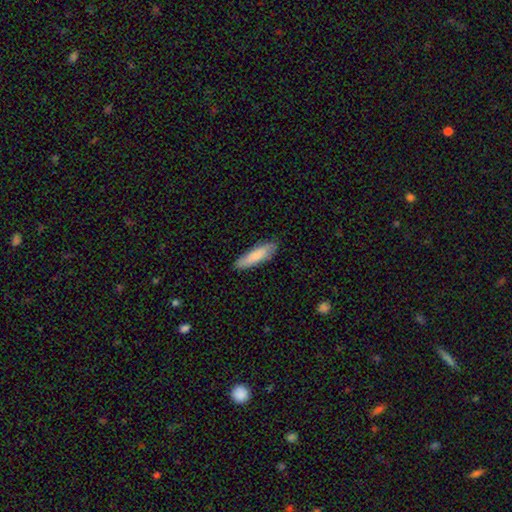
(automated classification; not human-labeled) Smooth or featured? smooth (82%)
How rounded? cigar-shaped (68%)
Merging? none (84%)